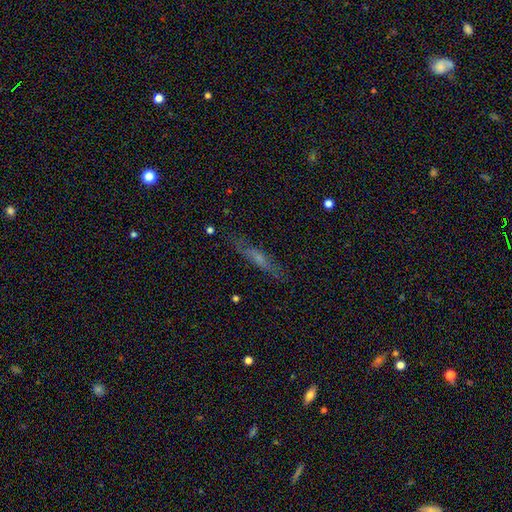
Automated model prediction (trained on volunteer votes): The model was most divided on "smooth or featured": featured or disk: 51%, smooth: 33%, star or artifact: 16%. More confident: merging — none (83%); edge-on disk — yes (83%).